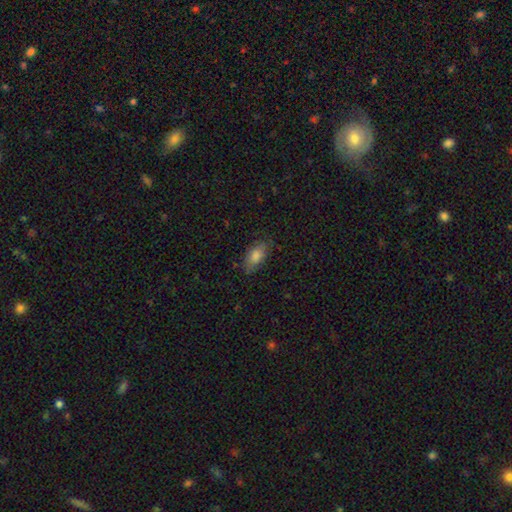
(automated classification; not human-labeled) smooth 80%, featured or disk 12%, star or artifact 8%. Down the decision tree: how rounded — in between (89%); merging — none (76%).